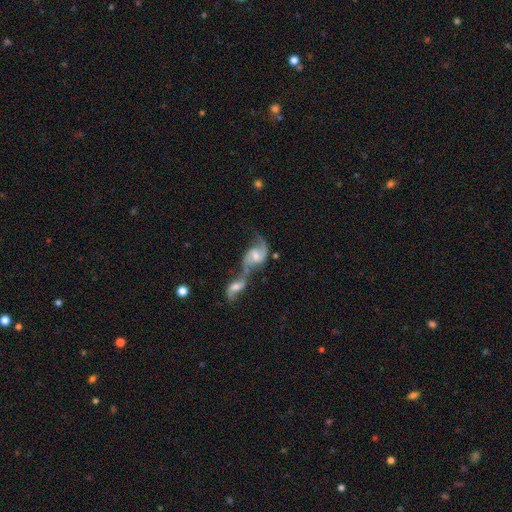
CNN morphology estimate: smooth_or_featured: featured or disk (p=0.82) [alt: smooth p=0.12]
disk_edge_on: no (p=0.97) [alt: yes p=0.03]
bar: weak (p=0.48) [alt: no p=0.37]
has_spiral_arms: yes (p=0.94) [alt: no p=0.06]
spiral_winding: loose (p=0.51) [alt: medium p=0.40]
spiral_arm_count: 2 (p=0.84) [alt: 1 p=0.08]
bulge_size: moderate (p=0.49) [alt: small p=0.34]
merging: merger (p=0.74) [alt: none p=0.14]